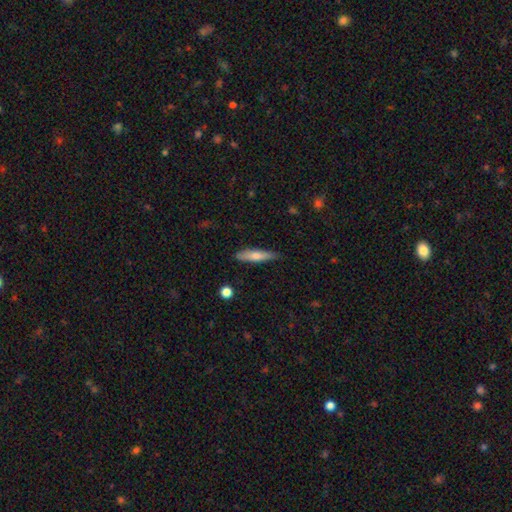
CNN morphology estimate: This appears to be a smooth galaxy with no disk features (62%) that is cigar-shaped (82%). Merging: none (84%).